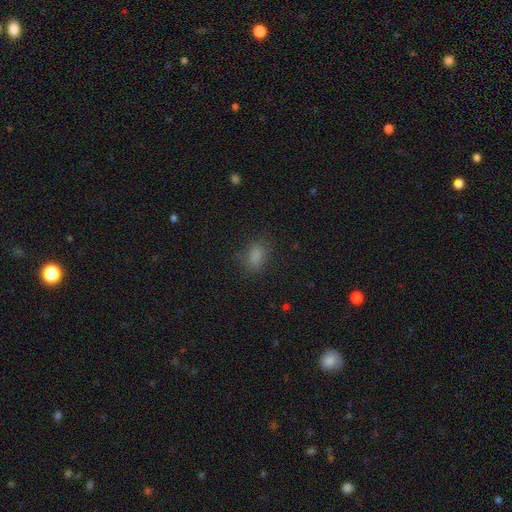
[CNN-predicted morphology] smooth 82%, star or artifact 13%, featured or disk 5%. Down the decision tree: how rounded — in between (80%); merging — none (77%).